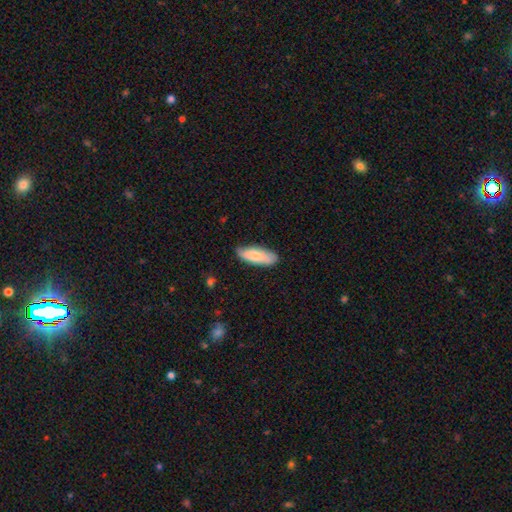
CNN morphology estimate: A smooth galaxy with no disk features (75%) that is in between round and cigar-shaped (69%).

Vote fractions:
- Smooth or featured? smooth: 75% / featured or disk: 19% / star or artifact: 6%
- How rounded? in between: 69% / cigar-shaped: 29% / round: 2%
- Merging? none: 76% / minor disturbance: 20% / major disturbance: 3% / merger: 1%